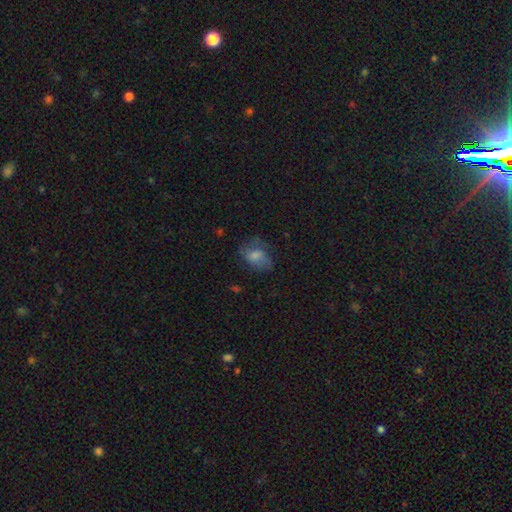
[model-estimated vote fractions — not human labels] The model was most divided on "merging": none: 49%, minor disturbance: 27%, major disturbance: 23%, merger: 2%. More confident: how rounded — in between (73%); smooth or featured — smooth (61%).